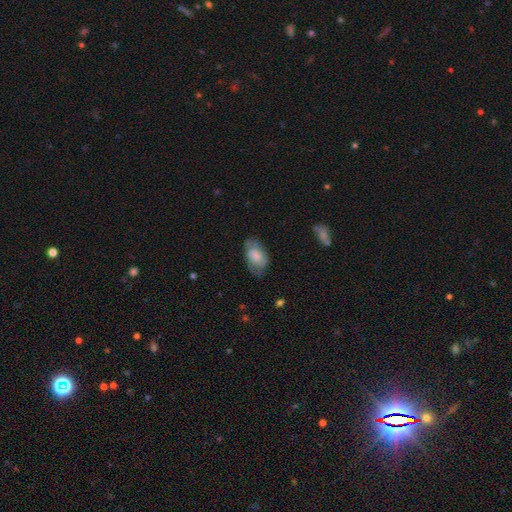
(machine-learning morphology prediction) Q: Smooth or featured?
A: smooth (63%); runner-up: featured or disk (30%)
Q: How rounded?
A: in between (92%); runner-up: round (6%)
Q: Merging?
A: none (62%); runner-up: minor disturbance (27%)